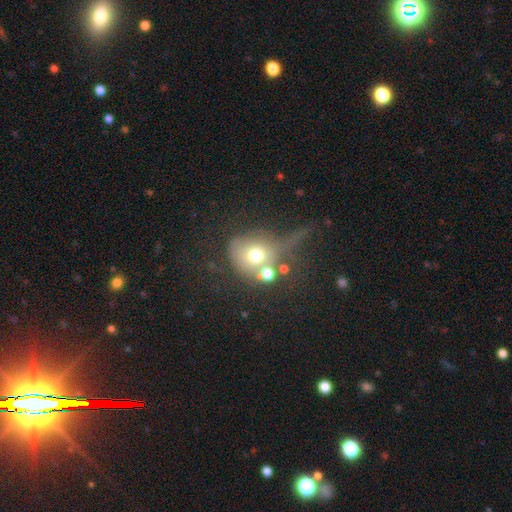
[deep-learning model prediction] smooth 61%, featured or disk 22%, star or artifact 17%. Down the decision tree: how rounded — round (77%); merging — major disturbance (30%).